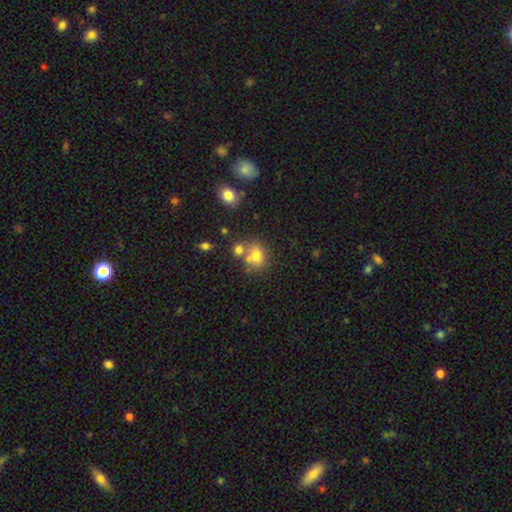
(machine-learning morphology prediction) A smooth galaxy with no disk features (72%) that is round (59%). Merging: none (50%).